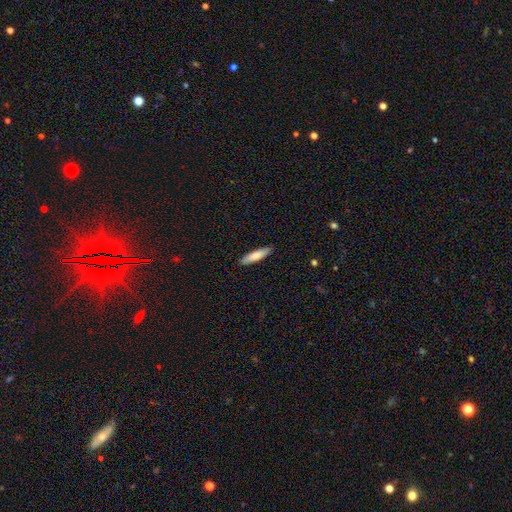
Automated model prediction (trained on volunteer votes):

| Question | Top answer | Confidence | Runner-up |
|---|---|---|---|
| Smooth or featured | smooth | 79% | featured or disk (16%) |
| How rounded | cigar-shaped | 76% | in between (23%) |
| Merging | none | 89% | minor disturbance (9%) |